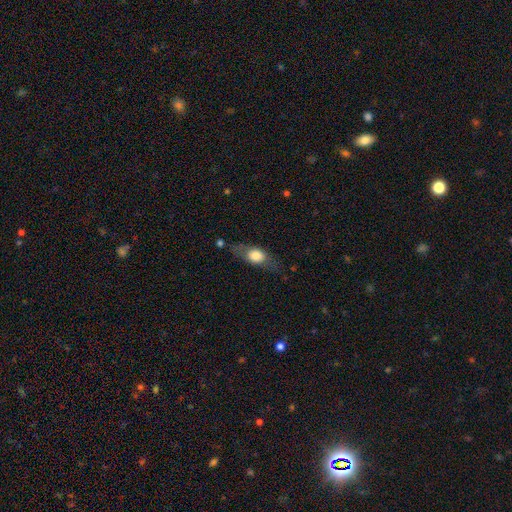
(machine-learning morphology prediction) type=smooth (60%); roundness=in between (65%); merging=none (68%).